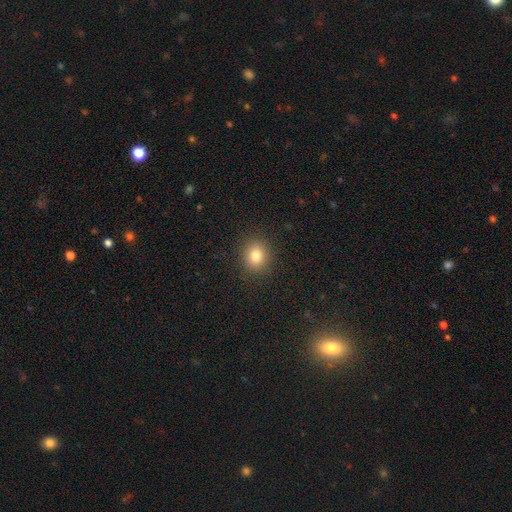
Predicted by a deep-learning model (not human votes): Smooth or featured?
  - smooth: 81% *
  - star or artifact: 12%
  - featured or disk: 7%
How rounded?
  - round: 71% *
  - in between: 28%
  - cigar-shaped: 1%
Merging?
  - none: 89% *
  - minor disturbance: 7%
  - major disturbance: 3%
  - merger: 1%